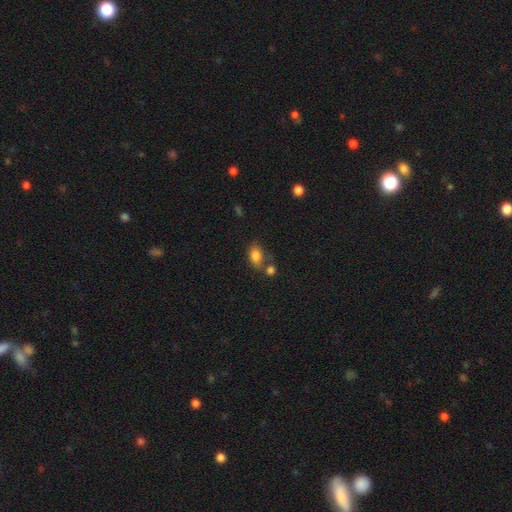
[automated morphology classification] Smooth or featured? Predicted: smooth (p=0.83). How rounded? Predicted: in between (p=0.83). Merging? Predicted: none (p=0.55).